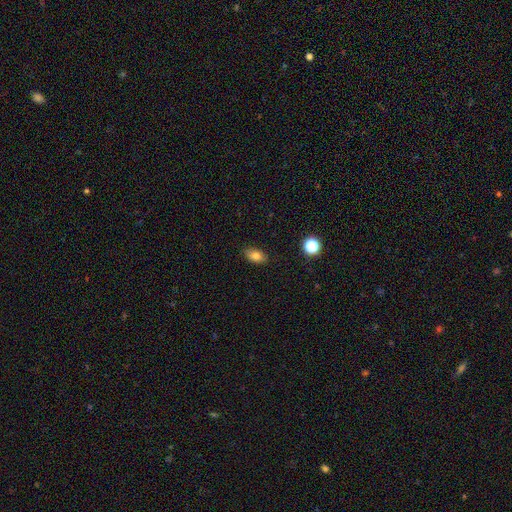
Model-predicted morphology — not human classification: smooth_or_featured: smooth (p=0.78) [alt: featured or disk p=0.11]
how_rounded: in between (p=0.87) [alt: round p=0.09]
merging: none (p=0.87) [alt: minor disturbance p=0.10]